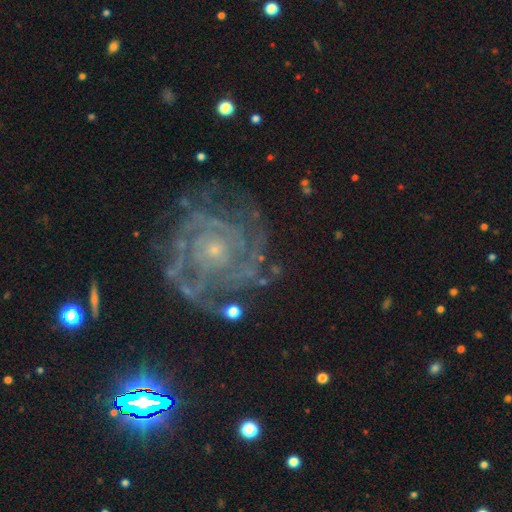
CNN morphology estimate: This is clearly a featured or disk galaxy (85%). It is clearly not viewed edge-on (98%). Bar: likely no (80%). Spiral arm pattern: clearly yes (93%). Spiral arm count: marginally can't tell (35%). Spiral winding: likely tight (72%). Central bulge: likely small (77%). Merging: likely none (72%).